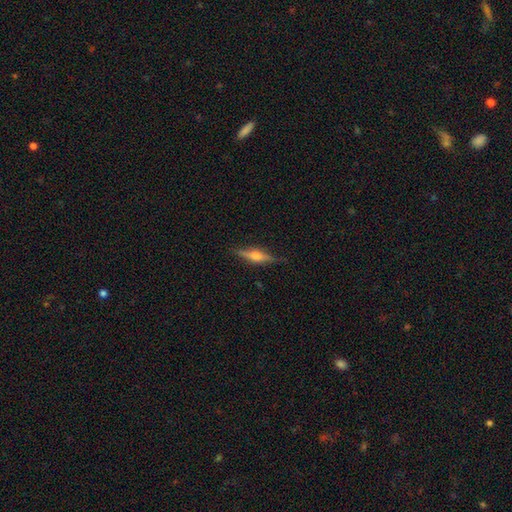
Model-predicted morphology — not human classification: Q: Smooth or featured?
A: featured or disk (68%); runner-up: smooth (25%)
Q: Edge-on disk?
A: yes (97%); runner-up: no (3%)
Q: Edge-on bulge?
A: rounded (88%); runner-up: boxy (9%)
Q: Merging?
A: none (86%); runner-up: minor disturbance (11%)